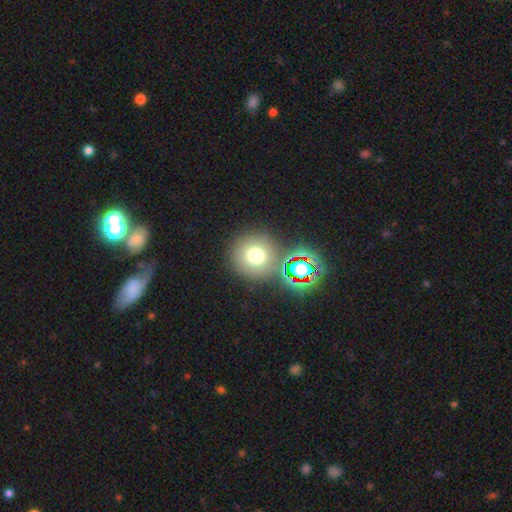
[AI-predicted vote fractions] Overall: smooth (69%). How rounded: round (94%). Merging: none (78%).